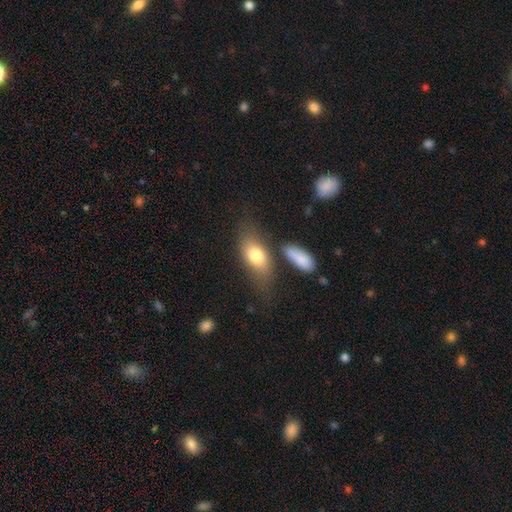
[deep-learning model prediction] Q: Smooth or featured?
A: smooth (76%); runner-up: featured or disk (17%)
Q: How rounded?
A: in between (83%); runner-up: cigar-shaped (10%)
Q: Merging?
A: none (60%); runner-up: minor disturbance (18%)